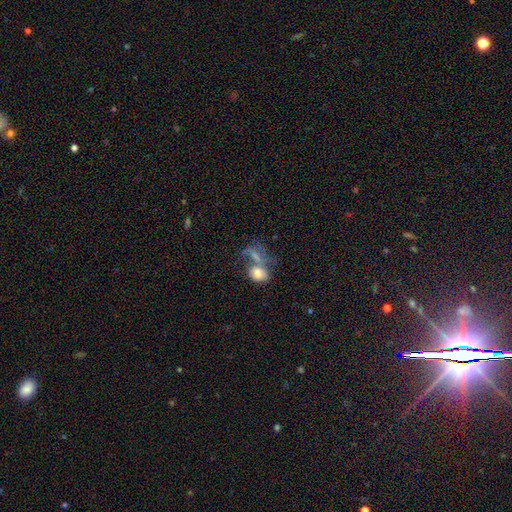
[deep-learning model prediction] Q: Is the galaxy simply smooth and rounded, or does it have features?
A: smooth — 55%.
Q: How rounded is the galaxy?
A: in between — 66%.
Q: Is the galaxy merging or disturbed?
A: merger — 53%.